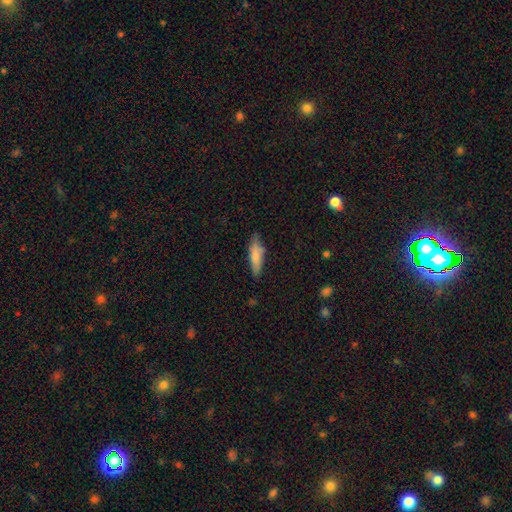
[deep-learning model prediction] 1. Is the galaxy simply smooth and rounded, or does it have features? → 80% smooth, 14% featured or disk, 6% star or artifact.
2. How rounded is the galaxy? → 60% cigar-shaped, 39% in between, 2% round.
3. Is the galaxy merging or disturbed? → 72% none, 21% minor disturbance, 4% major disturbance, 2% merger.